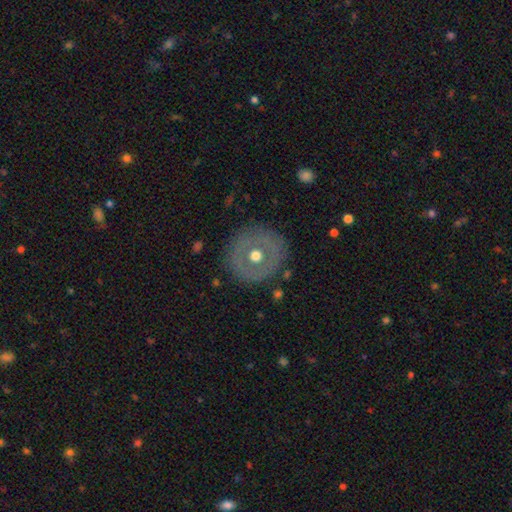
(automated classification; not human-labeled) A smooth galaxy with no disk features (46%, tied with featured or disk). Merging: none (83%).